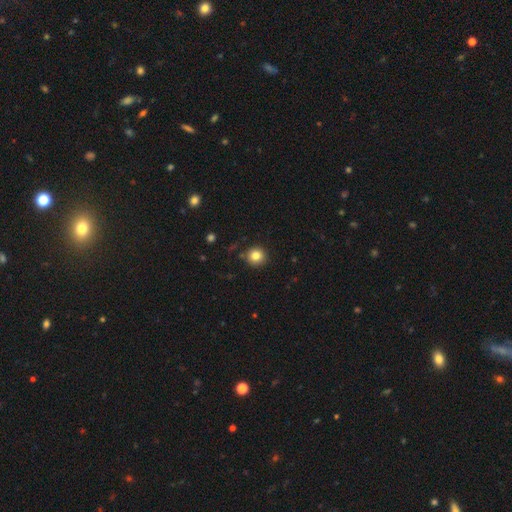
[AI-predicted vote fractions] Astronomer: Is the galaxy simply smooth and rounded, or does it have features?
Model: smooth — 82%.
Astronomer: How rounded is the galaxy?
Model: round — 94%.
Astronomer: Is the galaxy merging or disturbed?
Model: none — 89%.